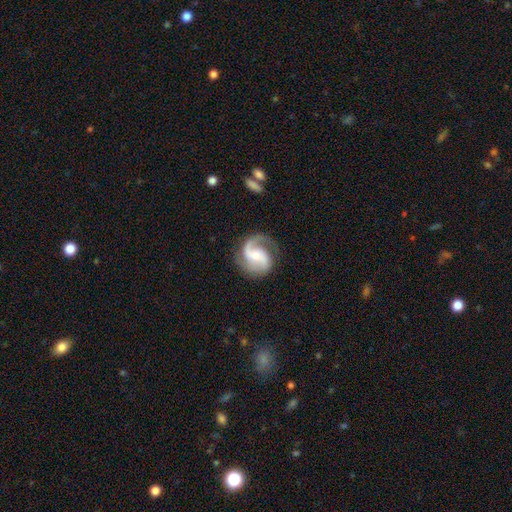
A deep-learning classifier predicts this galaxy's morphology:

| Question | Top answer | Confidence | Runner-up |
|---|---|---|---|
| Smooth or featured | featured or disk | 87% | smooth (8%) |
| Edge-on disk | no | 98% | yes (2%) |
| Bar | weak | 42% | no (38%) |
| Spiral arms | yes | 97% | no (3%) |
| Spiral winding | medium | 50% | loose (31%) |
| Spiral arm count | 2 | 77% | 1 (13%) |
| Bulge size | small | 50% | moderate (42%) |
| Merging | none | 71% | minor disturbance (17%) |